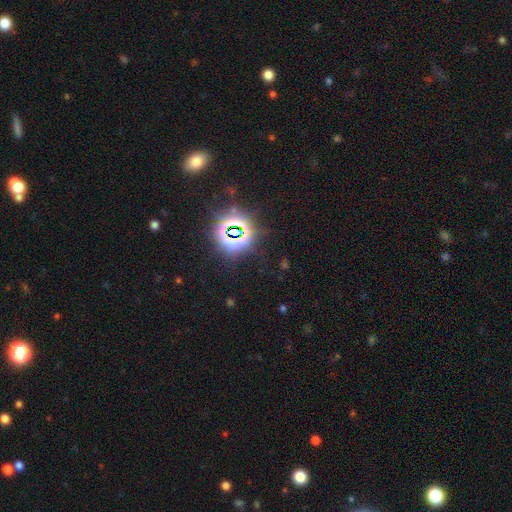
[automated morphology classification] Smooth or featured? Predicted: star or artifact (p=0.79).